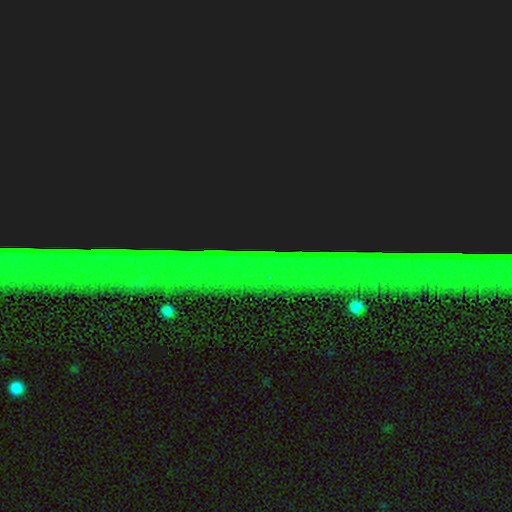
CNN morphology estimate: The model was most divided on "smooth or featured": star or artifact: 82%, featured or disk: 10%, smooth: 8%.